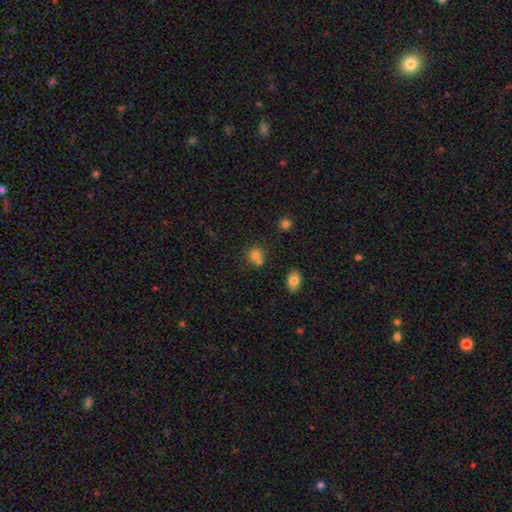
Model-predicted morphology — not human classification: A smooth galaxy with no disk features (76%) that is round (80%). Merging: none (54%).